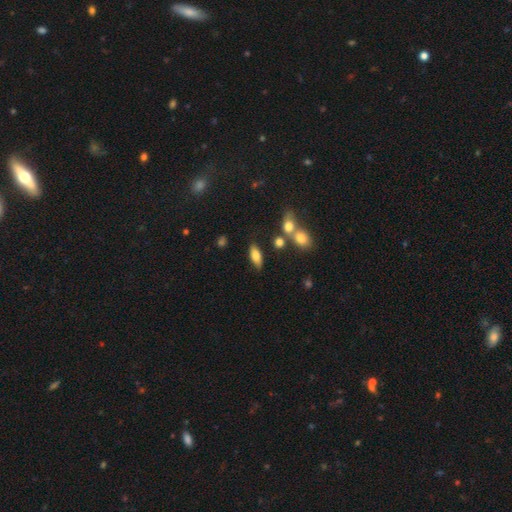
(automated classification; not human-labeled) smooth-or-featured: smooth: 75% | featured or disk: 16% | star or artifact: 9%
  how-rounded: in between: 80% | cigar-shaped: 16% | round: 4%
  merging: none: 75% | minor disturbance: 12% | merger: 9% | major disturbance: 4%